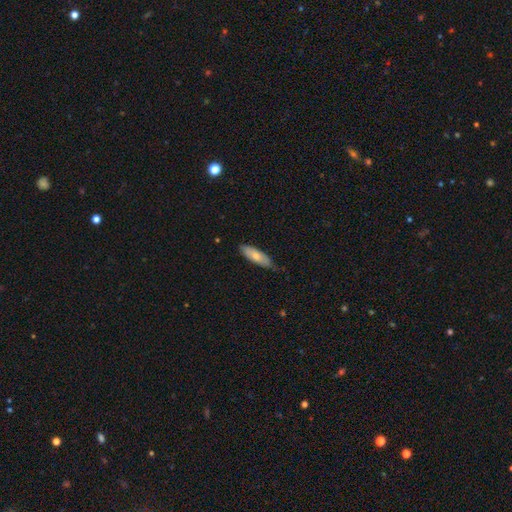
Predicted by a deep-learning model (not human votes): Morphology: type=smooth (69%); roundness=in between (57%); merging=none (73%).